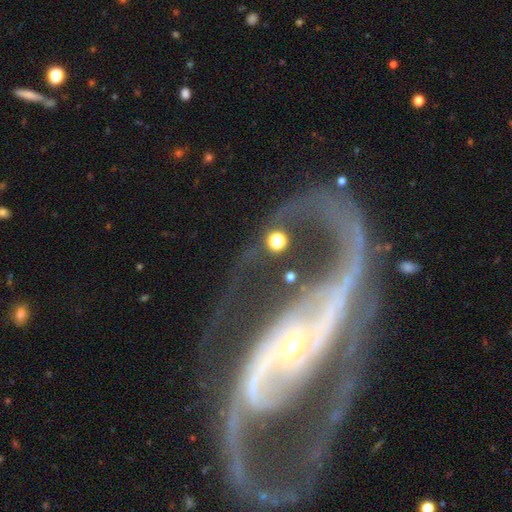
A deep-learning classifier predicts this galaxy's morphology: Smooth or featured: featured or disk — 90% (star or artifact — 5%)
Edge-on disk: no — 95% (yes — 5%)
Bar: strong — 48% (no — 26%)
Spiral arms: yes — 93% (no — 7%)
Spiral winding: loose — 44% (medium — 40%)
Spiral arm count: 2 — 88% (can't tell — 4%)
Bulge size: small — 64% (moderate — 30%)
Merging: none — 50% (major disturbance — 27%)